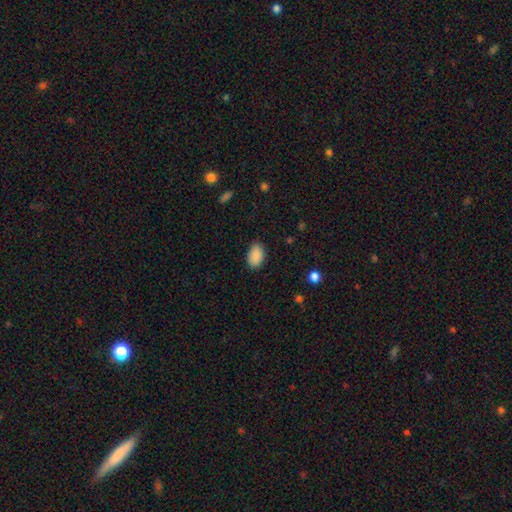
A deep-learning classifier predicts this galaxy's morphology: Smooth or featured?
  - smooth: 90% *
  - star or artifact: 7%
  - featured or disk: 3%
How rounded?
  - in between: 91% *
  - round: 8%
  - cigar-shaped: 1%
Merging?
  - none: 84% *
  - minor disturbance: 12%
  - major disturbance: 3%
  - merger: 1%